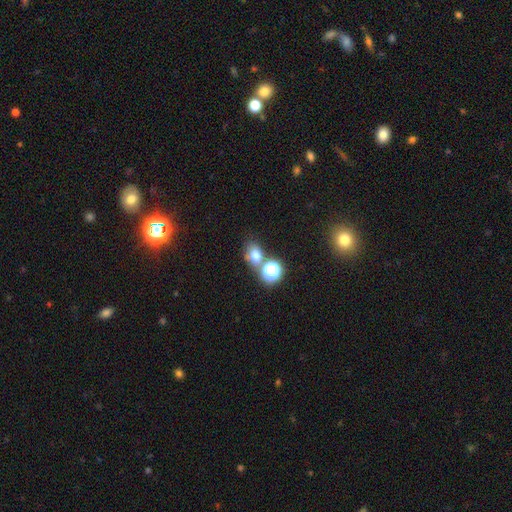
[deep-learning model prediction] Smooth or featured: smooth — 68% (star or artifact — 22%)
How rounded: in between — 54% (round — 45%)
Merging: none — 53% (merger — 29%)